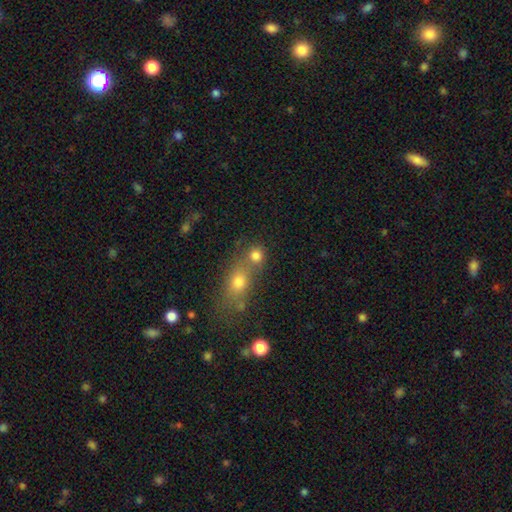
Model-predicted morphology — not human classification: The model was most divided on "merging": none: 45%, merger: 44%, minor disturbance: 7%, major disturbance: 4%. More confident: smooth or featured — smooth (77%); how rounded — round (77%).